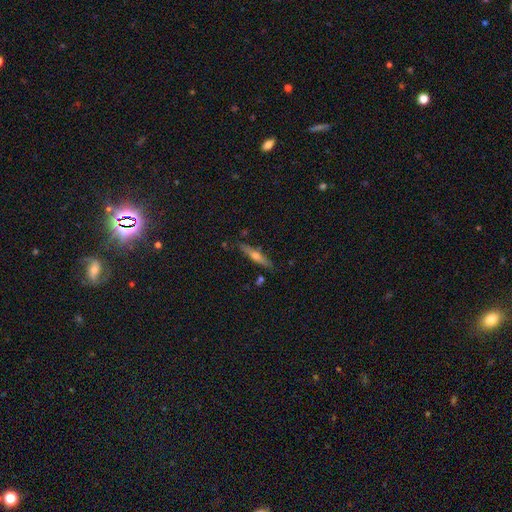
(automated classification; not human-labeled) Smooth or featured: featured or disk — 51% (smooth — 42%)
Edge-on disk: yes — 93% (no — 7%)
Merging: none — 83% (minor disturbance — 12%)